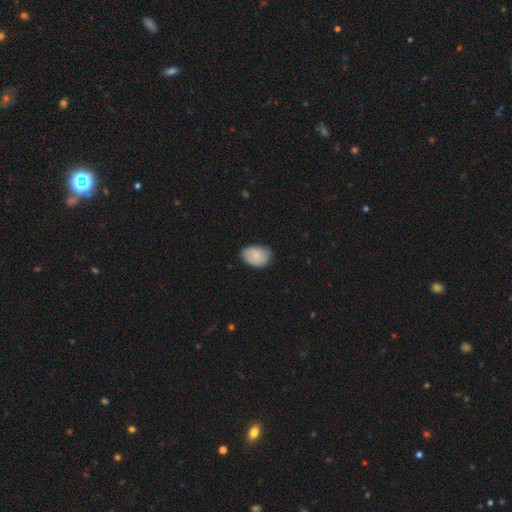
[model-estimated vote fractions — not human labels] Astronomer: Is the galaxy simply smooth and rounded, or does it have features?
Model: smooth — 77%.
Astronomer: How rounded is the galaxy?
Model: in between — 79%.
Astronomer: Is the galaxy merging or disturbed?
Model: none — 68%.